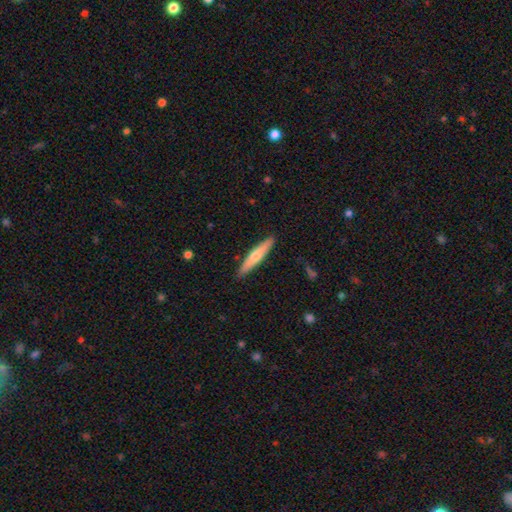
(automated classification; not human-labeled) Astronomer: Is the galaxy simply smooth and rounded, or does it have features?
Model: smooth — 49% (runner-up: featured or disk, 46%).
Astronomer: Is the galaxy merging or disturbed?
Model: none — 91%.